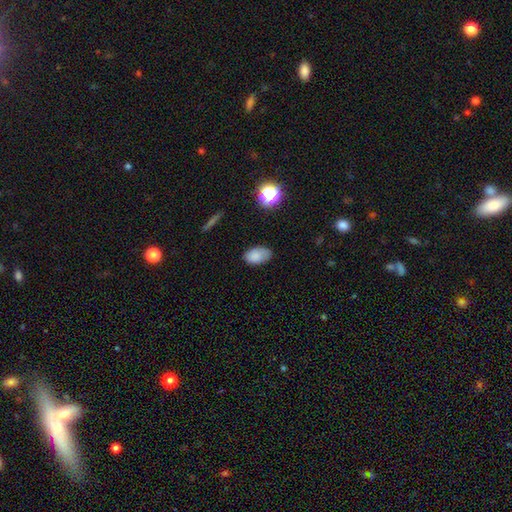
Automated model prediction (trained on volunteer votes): The model was most divided on "merging": none: 71%, minor disturbance: 22%, major disturbance: 5%, merger: 2%. More confident: how rounded — in between (90%); smooth or featured — smooth (81%).